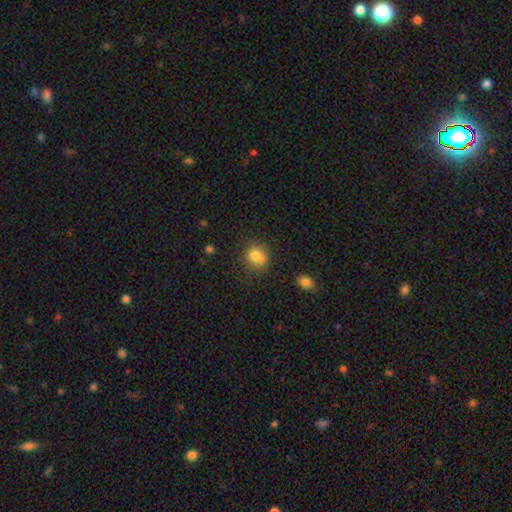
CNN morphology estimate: A smooth galaxy with no disk features (78%) that is round (75%).

Vote fractions:
- Smooth or featured? smooth: 78% / star or artifact: 12% / featured or disk: 10%
- How rounded? round: 75% / in between: 24% / cigar-shaped: 1%
- Merging? none: 58% / minor disturbance: 20% / merger: 15% / major disturbance: 7%